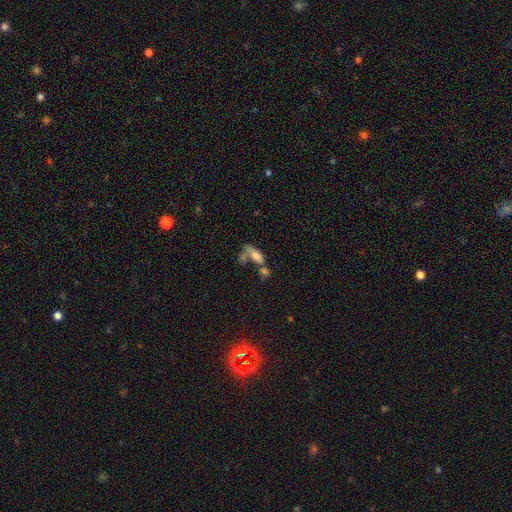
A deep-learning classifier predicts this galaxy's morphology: smooth 67%, featured or disk 22%, star or artifact 11%. Down the decision tree: how rounded — in between (68%); merging — merger (47%).